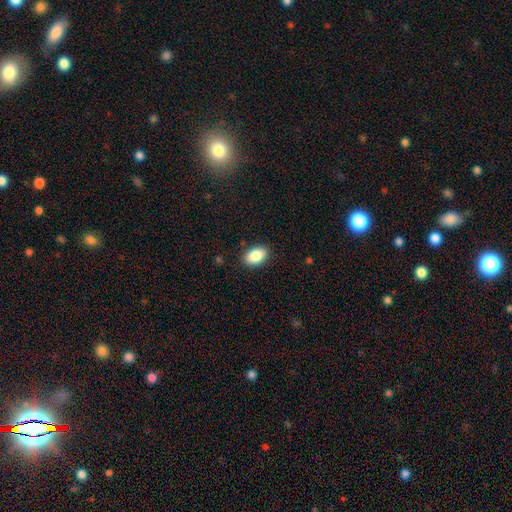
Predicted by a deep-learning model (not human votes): smooth-or-featured: smooth: 87% | star or artifact: 7% | featured or disk: 6%
  how-rounded: in between: 88% | round: 10% | cigar-shaped: 1%
  merging: none: 88% | minor disturbance: 9% | major disturbance: 2% | merger: 1%